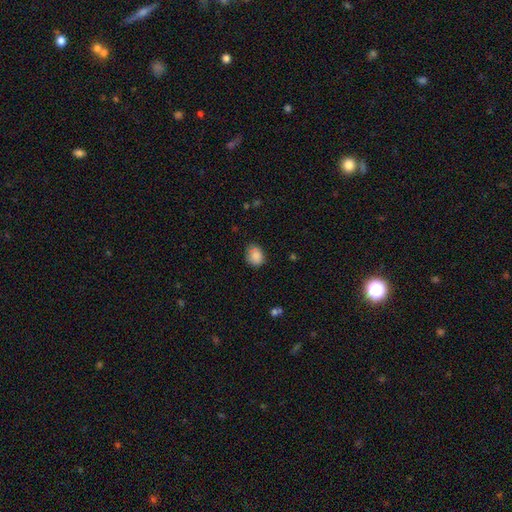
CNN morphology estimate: smooth_or_featured: smooth (p=0.87) [alt: star or artifact p=0.08]
how_rounded: in between (p=0.55) [alt: round p=0.44]
merging: none (p=0.72) [alt: minor disturbance p=0.22]